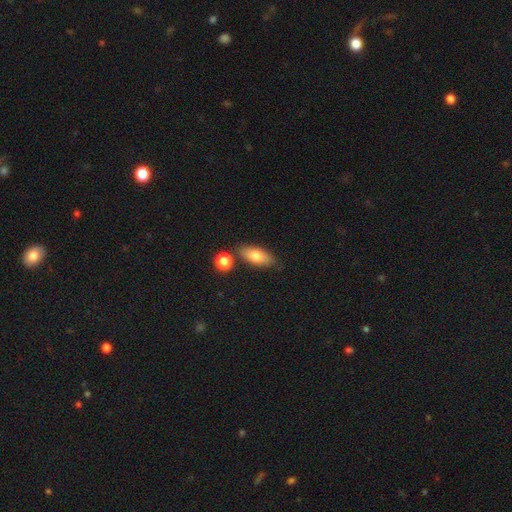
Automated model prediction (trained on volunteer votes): Q: Smooth or featured?
A: smooth (77%); runner-up: featured or disk (16%)
Q: How rounded?
A: in between (83%); runner-up: cigar-shaped (13%)
Q: Merging?
A: none (74%); runner-up: minor disturbance (14%)